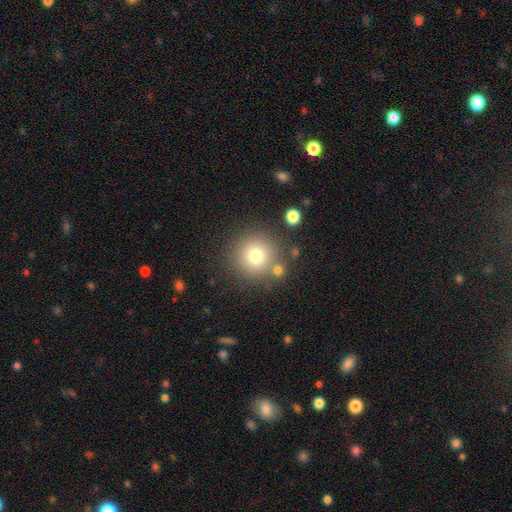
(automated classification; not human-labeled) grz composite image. It shows a smooth galaxy with no disk features (76%) that is round (95%). Merging: none (79%).